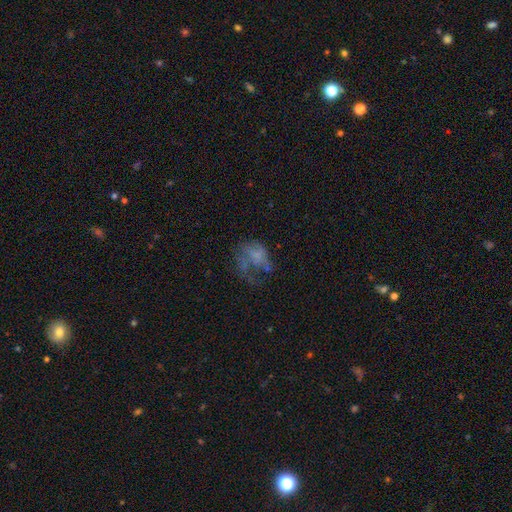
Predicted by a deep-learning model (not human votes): smooth-or-featured: smooth: 44% | featured or disk: 39% | star or artifact: 16%
  merging: major disturbance: 49% | none: 26% | minor disturbance: 19% | merger: 6%